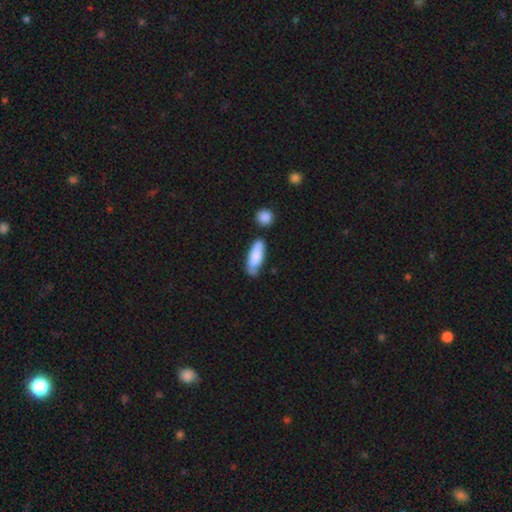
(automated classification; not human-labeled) Smooth or featured? Predicted: smooth (p=0.82). How rounded? Predicted: in between (p=0.63). Merging? Predicted: none (p=0.62).